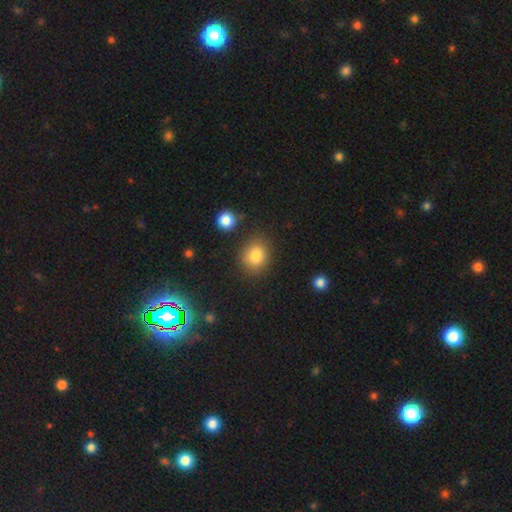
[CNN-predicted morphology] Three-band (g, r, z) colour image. It shows a smooth galaxy with no disk features (82%) that is round (66%). Merging: none (79%).